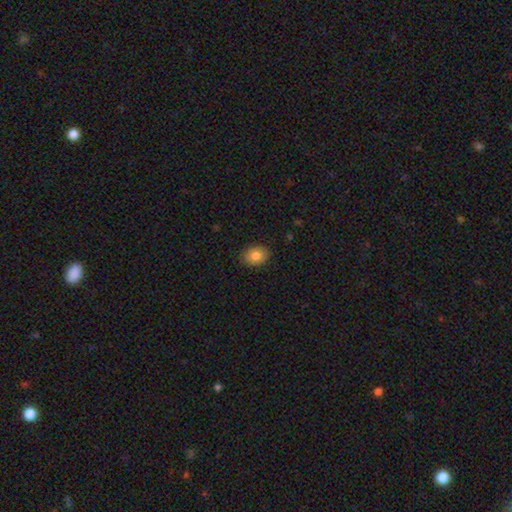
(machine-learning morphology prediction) Smooth or featured? smooth (84%)
How rounded? in between (66%)
Merging? none (89%)